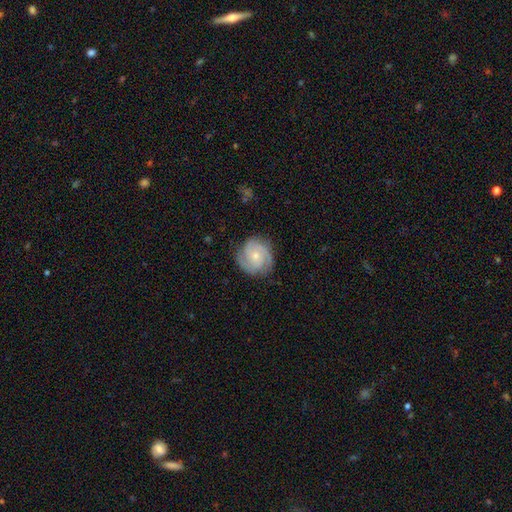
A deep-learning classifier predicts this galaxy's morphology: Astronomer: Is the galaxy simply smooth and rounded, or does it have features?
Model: featured or disk — 79%.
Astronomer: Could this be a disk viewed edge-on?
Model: no — 98%.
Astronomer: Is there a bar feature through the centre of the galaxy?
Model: no — 71%.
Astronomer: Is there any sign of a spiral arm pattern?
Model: yes — 96%.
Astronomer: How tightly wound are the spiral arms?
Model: tight — 56% (runner-up: medium, 37%).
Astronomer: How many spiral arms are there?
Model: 2 — 51% (runner-up: 3, 27%).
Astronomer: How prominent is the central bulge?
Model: small — 62%.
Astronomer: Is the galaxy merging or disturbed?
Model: none — 79%.